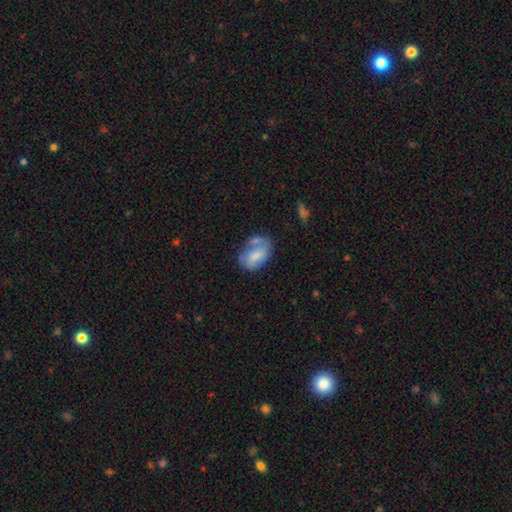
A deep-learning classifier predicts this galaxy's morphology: This appears to be a smooth galaxy with no disk features (61%) that is in between round and cigar-shaped (81%). Merging: none (42%).